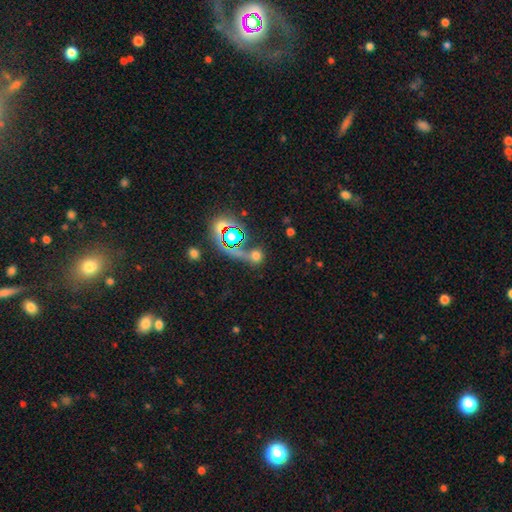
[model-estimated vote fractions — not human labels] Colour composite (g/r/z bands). It shows a smooth galaxy with no disk features (59%) that is round (82%). Merging: none (55%).